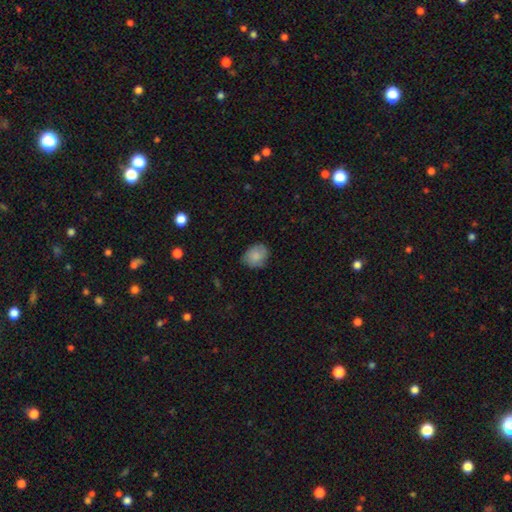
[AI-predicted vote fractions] smooth 82%, featured or disk 10%, star or artifact 7%. Down the decision tree: how rounded — in between (51%); merging — none (70%).